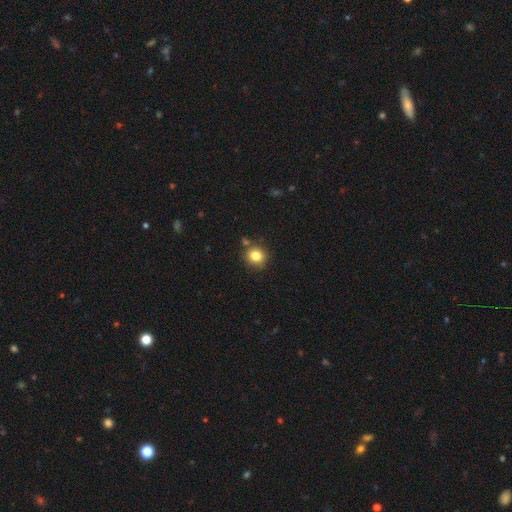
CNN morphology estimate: Overall: smooth (82%). How rounded: round (85%). Merging: none (78%).